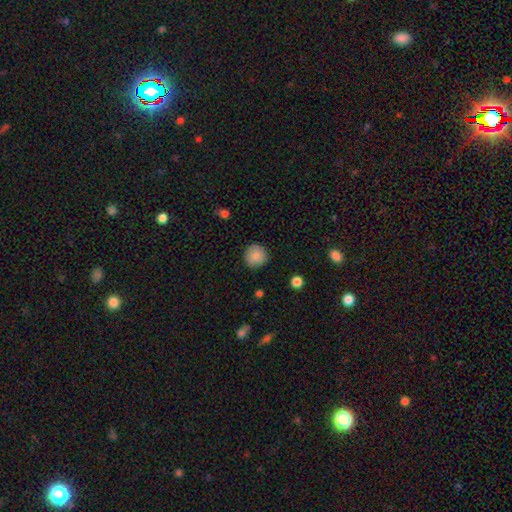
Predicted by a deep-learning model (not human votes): Smooth or featured? smooth (87%)
How rounded? round (94%)
Merging? none (90%)